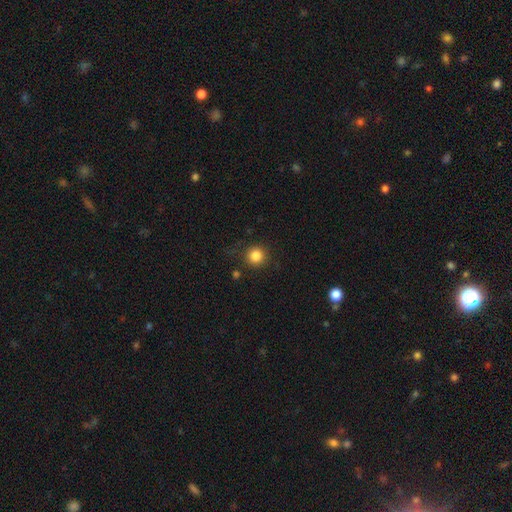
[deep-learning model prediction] This appears to be a smooth galaxy with no disk features (84%) that is round (94%). Merging: none (87%).